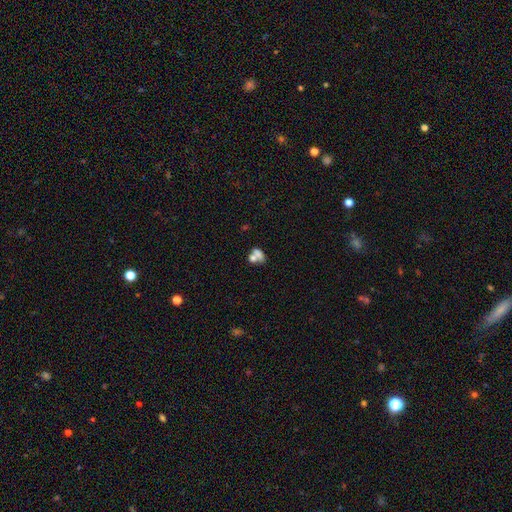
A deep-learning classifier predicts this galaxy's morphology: Q: Smooth or featured?
A: smooth (65%); runner-up: featured or disk (19%)
Q: How rounded?
A: in between (59%); runner-up: round (37%)
Q: Merging?
A: merger (51%); runner-up: none (31%)